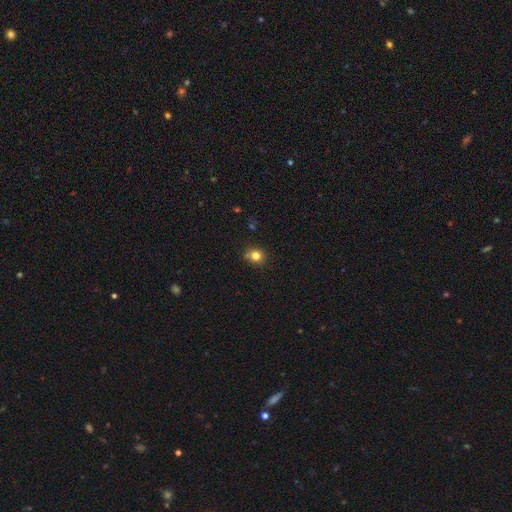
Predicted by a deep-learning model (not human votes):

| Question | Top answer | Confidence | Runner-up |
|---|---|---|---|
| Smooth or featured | smooth | 80% | star or artifact (13%) |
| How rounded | round | 80% | in between (19%) |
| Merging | none | 80% | minor disturbance (14%) |